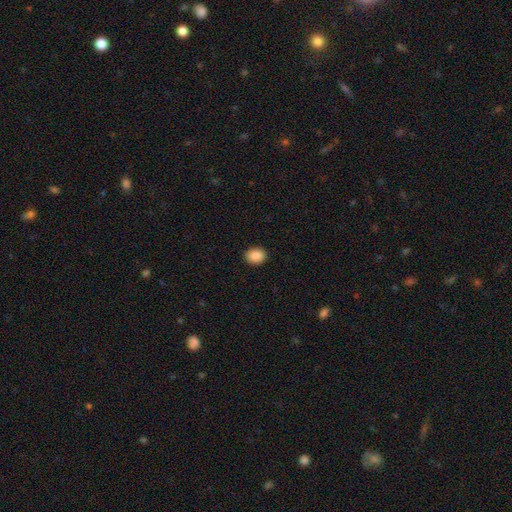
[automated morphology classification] type=smooth (89%); roundness=round (54%); merging=none (91%).